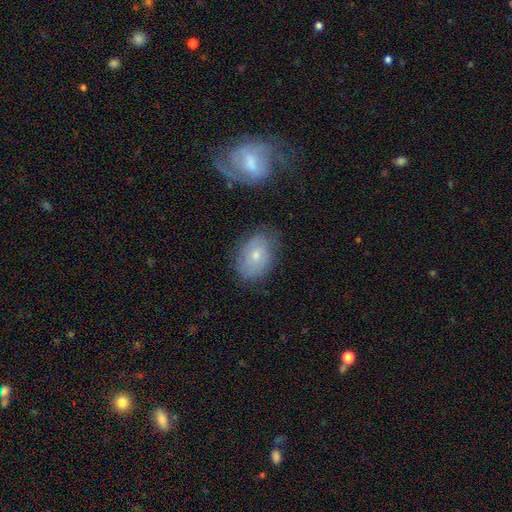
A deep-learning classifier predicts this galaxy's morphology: The model was most divided on "smooth or featured": smooth: 58%, featured or disk: 34%, star or artifact: 8%. More confident: how rounded — in between (80%); merging — none (71%).